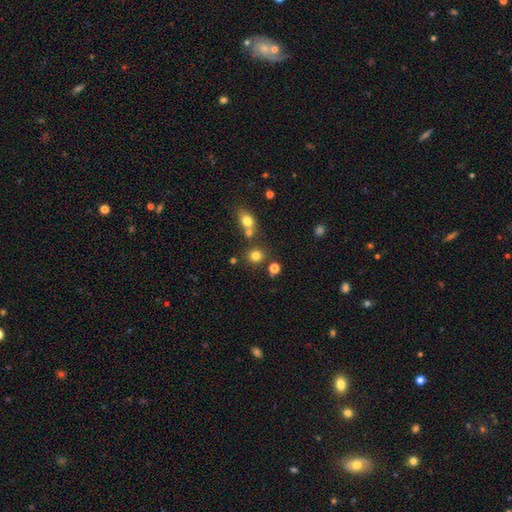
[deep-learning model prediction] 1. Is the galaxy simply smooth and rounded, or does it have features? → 78% smooth, 15% star or artifact, 7% featured or disk.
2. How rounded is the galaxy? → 86% round, 13% in between, 1% cigar-shaped.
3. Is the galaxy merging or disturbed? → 75% none, 13% merger, 8% minor disturbance, 3% major disturbance.